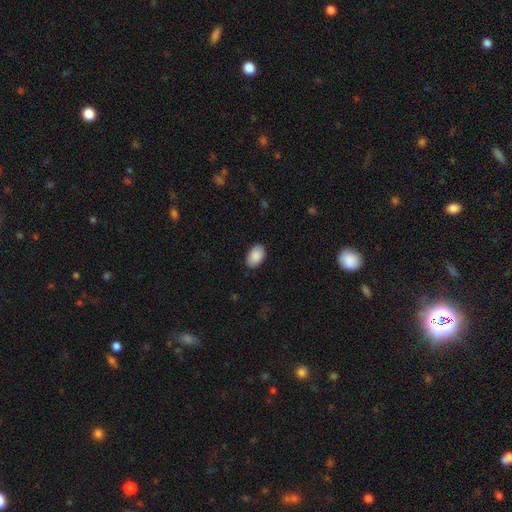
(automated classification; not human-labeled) Smooth or featured?
  - smooth: 89% *
  - star or artifact: 6%
  - featured or disk: 4%
How rounded?
  - in between: 91% *
  - round: 8%
  - cigar-shaped: 1%
Merging?
  - none: 84% *
  - minor disturbance: 12%
  - major disturbance: 2%
  - merger: 1%